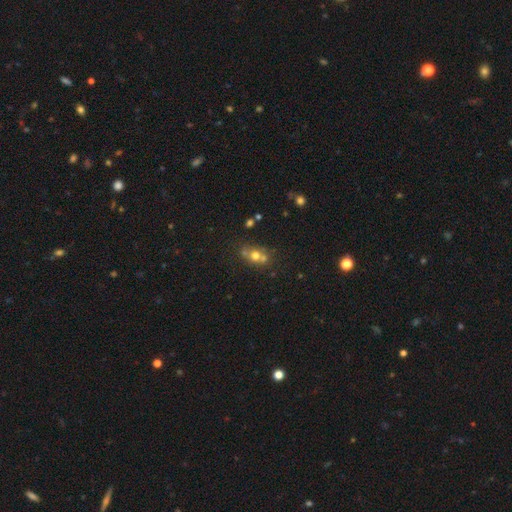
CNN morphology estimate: Q: Smooth or featured?
A: smooth (62%); runner-up: featured or disk (20%)
Q: How rounded?
A: round (67%); runner-up: in between (31%)
Q: Merging?
A: none (48%); runner-up: merger (37%)